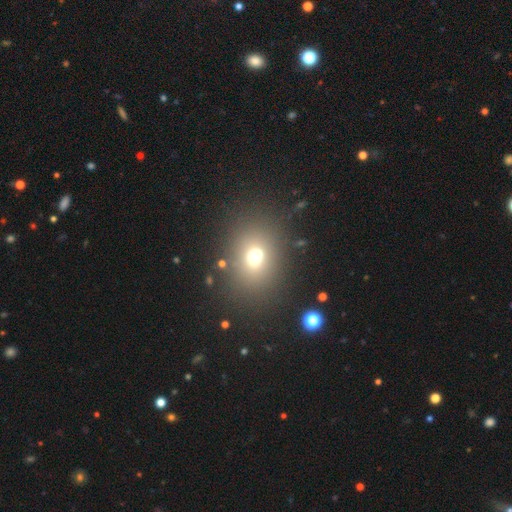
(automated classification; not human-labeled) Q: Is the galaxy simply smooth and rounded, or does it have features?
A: smooth — 65%.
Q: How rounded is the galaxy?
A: round — 50%.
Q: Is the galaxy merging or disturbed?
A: none — 67%.